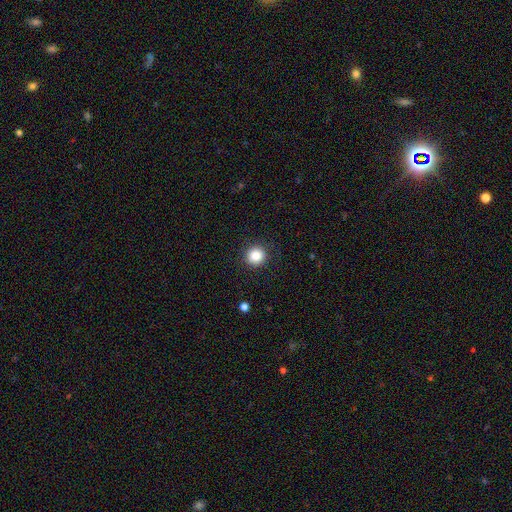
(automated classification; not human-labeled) Smooth or featured? Predicted: smooth (p=0.85). How rounded? Predicted: round (p=0.93). Merging? Predicted: none (p=0.89).